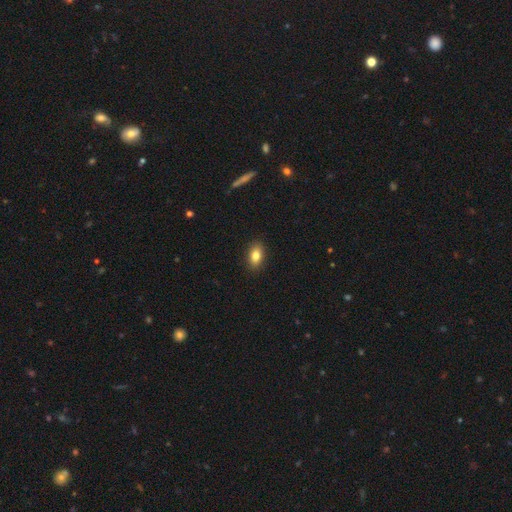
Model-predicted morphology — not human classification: Smooth or featured? Predicted: smooth (p=0.83). How rounded? Predicted: in between (p=0.87). Merging? Predicted: none (p=0.89).